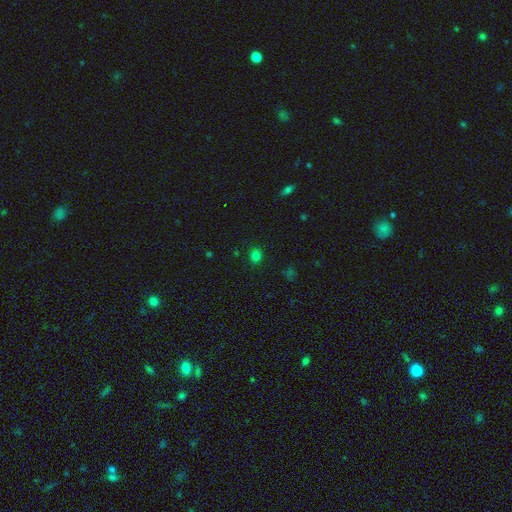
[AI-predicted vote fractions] A smooth galaxy with no disk features (79%) that is round (76%).

Vote fractions:
- Smooth or featured? smooth: 79% / star or artifact: 17% / featured or disk: 4%
- How rounded? round: 76% / in between: 23% / cigar-shaped: 1%
- Merging? none: 89% / minor disturbance: 7% / major disturbance: 2% / merger: 1%